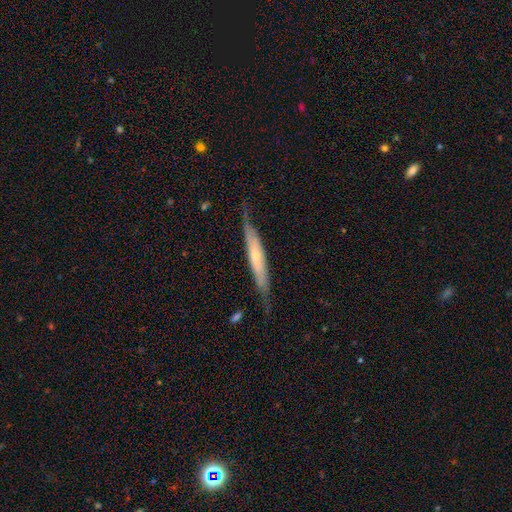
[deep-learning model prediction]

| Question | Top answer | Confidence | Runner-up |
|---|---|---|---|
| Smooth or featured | featured or disk | 63% | smooth (32%) |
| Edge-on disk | yes | 72% | no (28%) |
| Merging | none | 69% | minor disturbance (22%) |